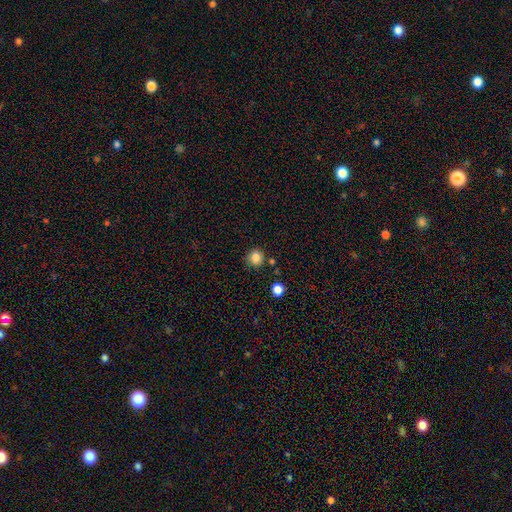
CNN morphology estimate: The model was most divided on "merging": none: 82%, minor disturbance: 11%, merger: 5%, major disturbance: 3%. More confident: how rounded — round (90%); smooth or featured — smooth (84%).